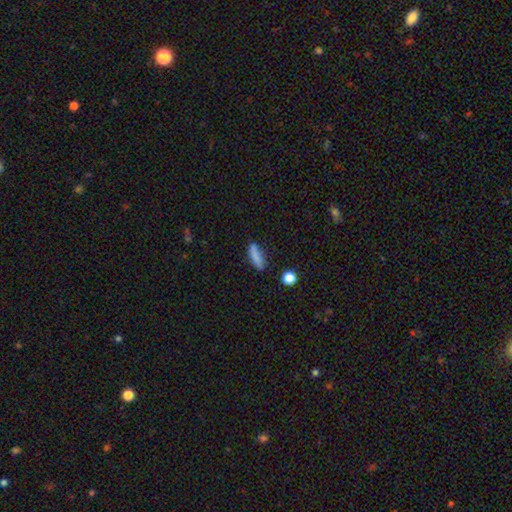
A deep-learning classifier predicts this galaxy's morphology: Overall: smooth (81%). How rounded: cigar-shaped (50%; in between 47%). Merging: none (73%).